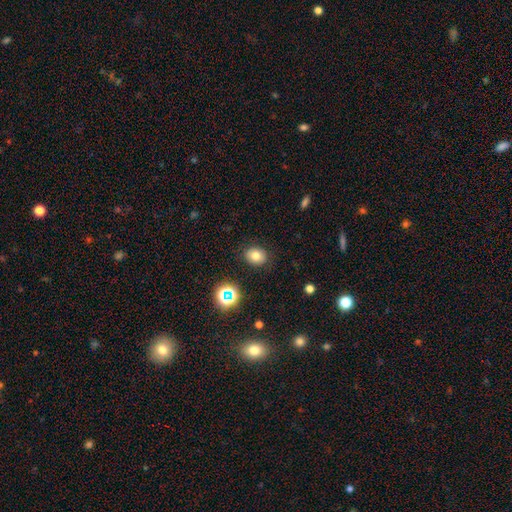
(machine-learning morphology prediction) Q: Smooth or featured?
A: smooth (75%); runner-up: star or artifact (14%)
Q: How rounded?
A: round (53%); runner-up: in between (46%)
Q: Merging?
A: none (87%); runner-up: minor disturbance (9%)